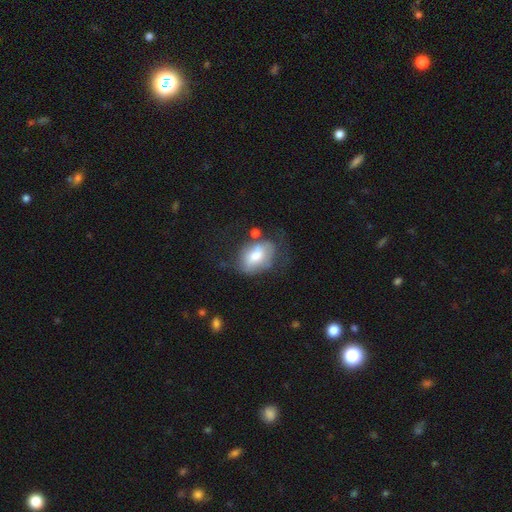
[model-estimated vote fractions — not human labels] smooth-or-featured: smooth: 62% | featured or disk: 31% | star or artifact: 8%
  how-rounded: in between: 78% | round: 21% | cigar-shaped: 1%
  merging: none: 47% | minor disturbance: 27% | major disturbance: 19% | merger: 8%